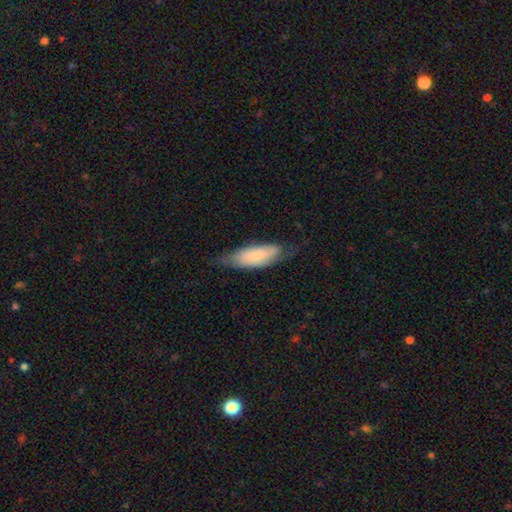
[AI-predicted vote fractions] This is likely a smooth galaxy (67%). How rounded: likely in between (66%). Merging: likely none (60%).